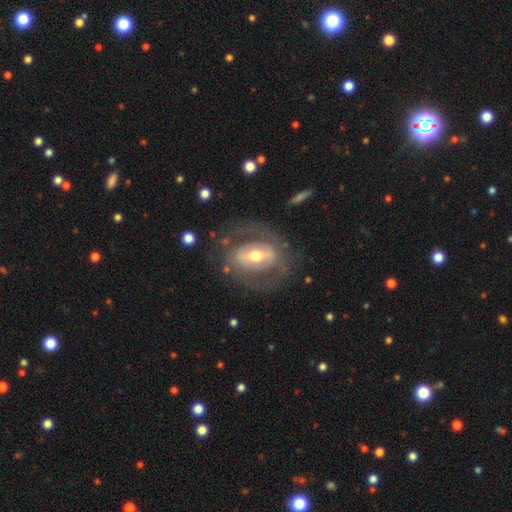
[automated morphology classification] type=featured or disk (69%); edge-on=no (93%); bar=strong (42%); spiral arms=no (61%); bulge=moderate (68%); merging=none (71%).